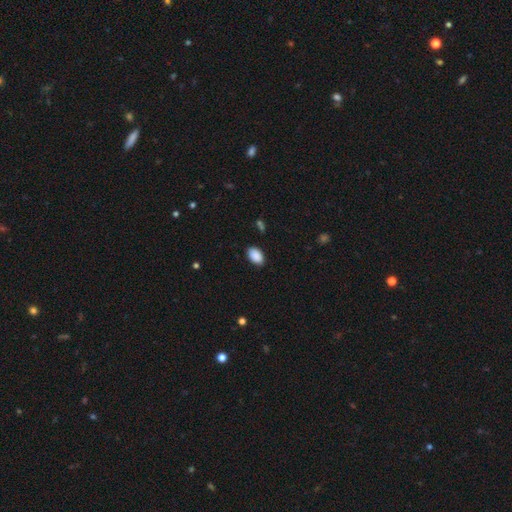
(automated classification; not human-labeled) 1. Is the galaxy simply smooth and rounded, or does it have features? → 90% smooth, 7% star or artifact, 3% featured or disk.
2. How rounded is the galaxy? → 91% in between, 8% round, 1% cigar-shaped.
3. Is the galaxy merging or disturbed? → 87% none, 9% minor disturbance, 2% major disturbance, 1% merger.